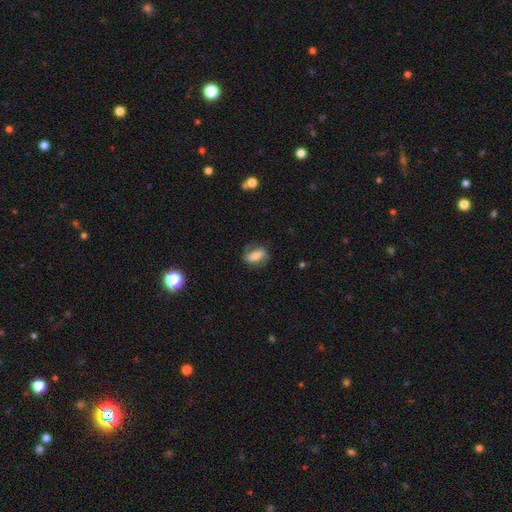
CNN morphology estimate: smooth 53%, featured or disk 39%, star or artifact 8%. Down the decision tree: how rounded — in between (80%); merging — none (70%).